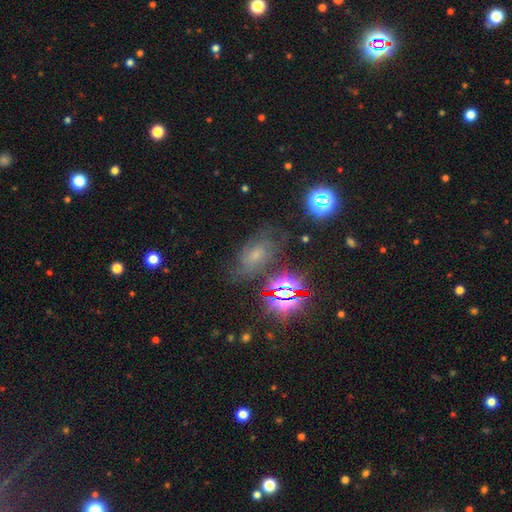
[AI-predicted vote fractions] smooth_or_featured: featured or disk (p=0.35) [alt: star or artifact p=0.33]
merging: none (p=0.59) [alt: minor disturbance p=0.24]